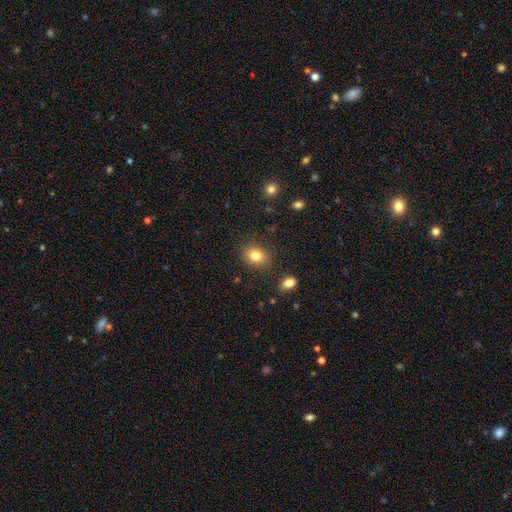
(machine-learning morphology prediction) Smooth or featured: smooth — 82% (star or artifact — 10%)
How rounded: in between — 54% (round — 45%)
Merging: none — 86% (minor disturbance — 10%)